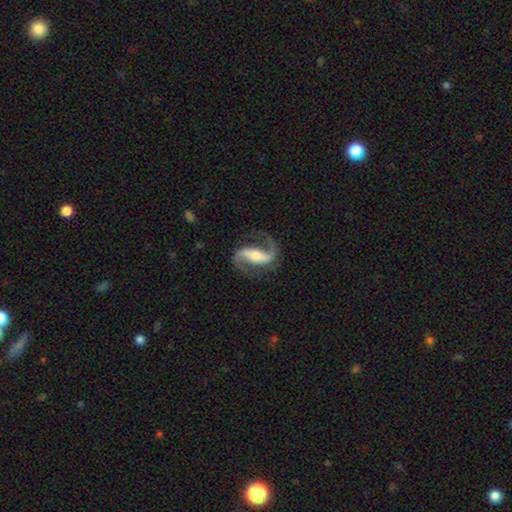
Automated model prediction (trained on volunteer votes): A featured or disk galaxy (91%) with a strong bar (54%), 2 (92%) medium (46%) spiral arms (97%) and a moderate central bulge (50%).

Vote fractions:
- Smooth or featured? featured or disk: 91% / smooth: 5% / star or artifact: 4%
- Edge-on disk? no: 96% / yes: 4%
- Bar? strong: 54% / weak: 28% / no: 18%
- Spiral arms? yes: 97% / no: 3%
- Spiral winding? medium: 46% / loose: 44% / tight: 10%
- Spiral arm count? 2: 92% / 1: 3% / can't tell: 2% / 3: 1% / 4: 1% / more than 4: 1%
- Bulge size? moderate: 50% / small: 33% / large: 10% / none: 4% / dominant: 2%
- Merging? none: 79% / minor disturbance: 12% / major disturbance: 8% / merger: 1%